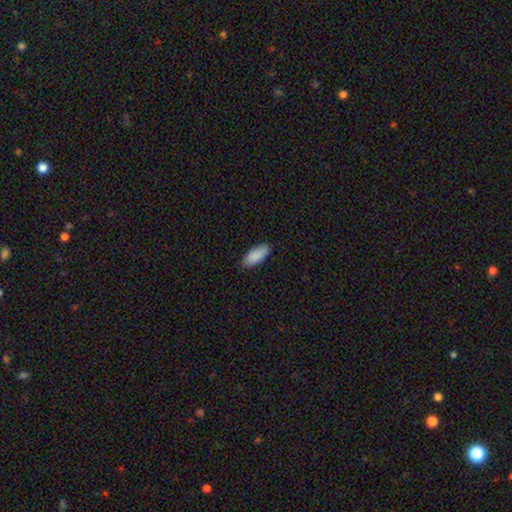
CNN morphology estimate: smooth_or_featured: smooth (p=0.90) [alt: star or artifact p=0.06]
how_rounded: in between (p=0.86) [alt: cigar-shaped p=0.13]
merging: none (p=0.85) [alt: minor disturbance p=0.12]